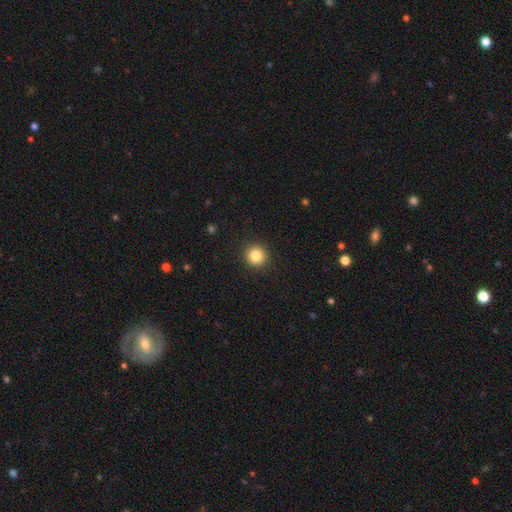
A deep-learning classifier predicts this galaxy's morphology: The model was most divided on "smooth or featured": smooth: 83%, star or artifact: 11%, featured or disk: 6%. More confident: how rounded — round (94%); merging — none (93%).